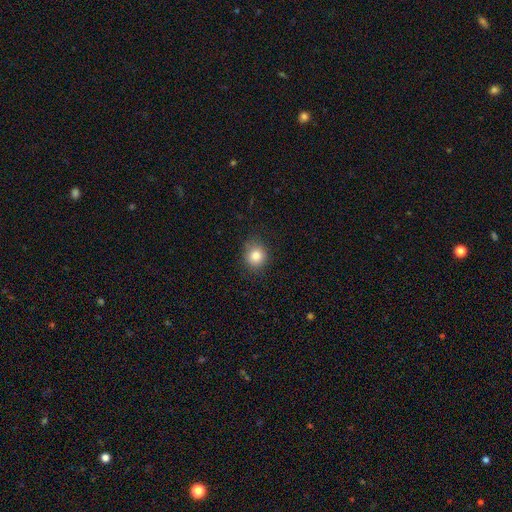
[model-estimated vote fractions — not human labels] This is clearly a smooth galaxy (84%). How rounded: likely round (78%). Merging: clearly none (83%).